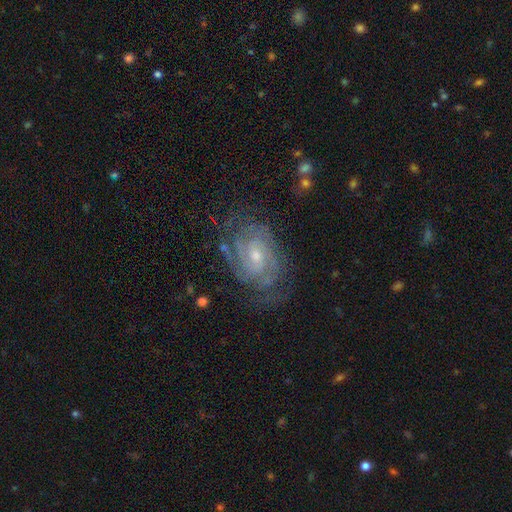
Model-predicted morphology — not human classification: A featured or disk galaxy (88%) with no bar (55%), 2 (43%) tight (67%) spiral arms (97%) and a small central bulge (53%).

Vote fractions:
- Smooth or featured? featured or disk: 88% / smooth: 6% / star or artifact: 6%
- Edge-on disk? no: 97% / yes: 3%
- Bar? no: 55% / weak: 38% / strong: 8%
- Spiral arms? yes: 97% / no: 3%
- Spiral winding? tight: 67% / medium: 28% / loose: 5%
- Spiral arm count? 2: 43% / can't tell: 22% / 3: 18% / 4: 7% / 1: 4% / more than 4: 4%
- Bulge size? small: 53% / moderate: 43% / none: 2% / large: 2% / dominant: 1%
- Merging? none: 71% / minor disturbance: 19% / major disturbance: 9% / merger: 2%